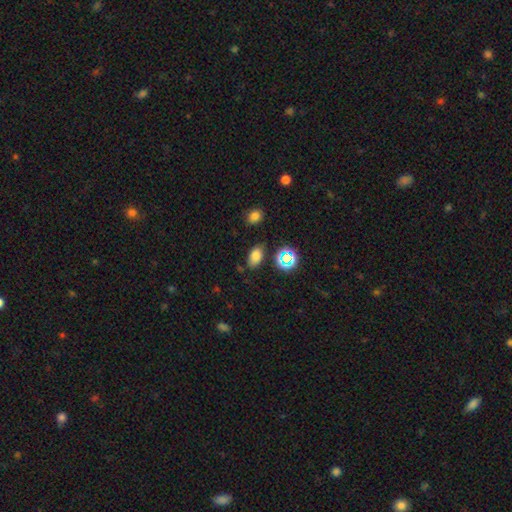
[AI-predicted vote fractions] smooth 75%, star or artifact 18%, featured or disk 7%. Down the decision tree: how rounded — in between (88%); merging — none (79%).